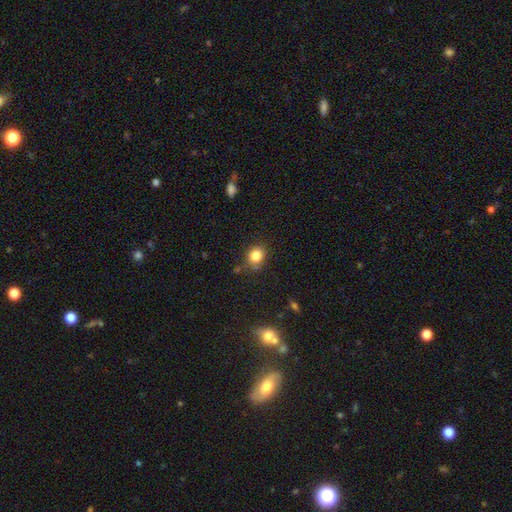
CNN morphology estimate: Smooth or featured? smooth (82%)
How rounded? round (72%)
Merging? none (77%)